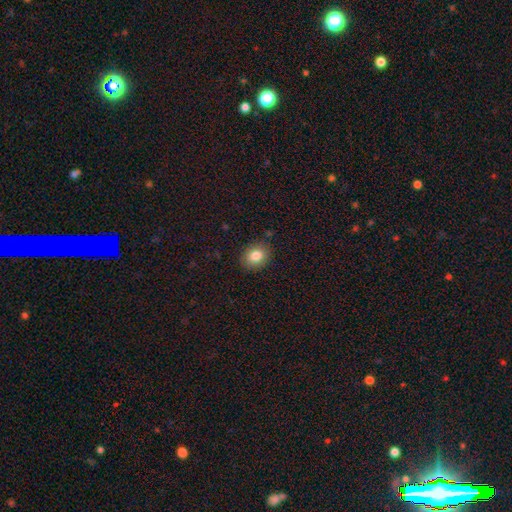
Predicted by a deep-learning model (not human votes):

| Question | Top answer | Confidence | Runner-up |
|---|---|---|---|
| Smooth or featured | smooth | 83% | star or artifact (9%) |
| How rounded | round | 52% | in between (47%) |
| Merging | none | 87% | minor disturbance (9%) |